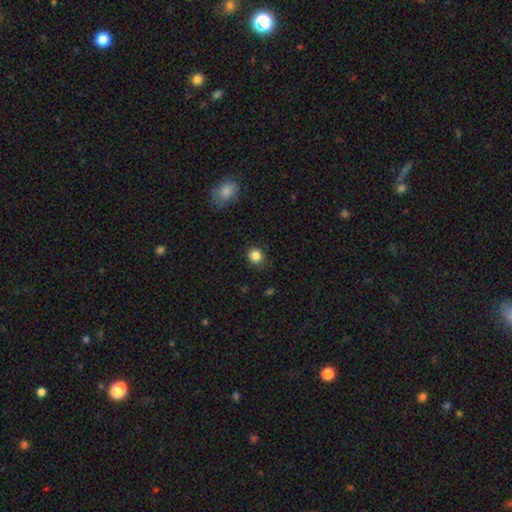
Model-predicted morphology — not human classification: type=smooth (85%); roundness=round (81%); merging=none (88%).